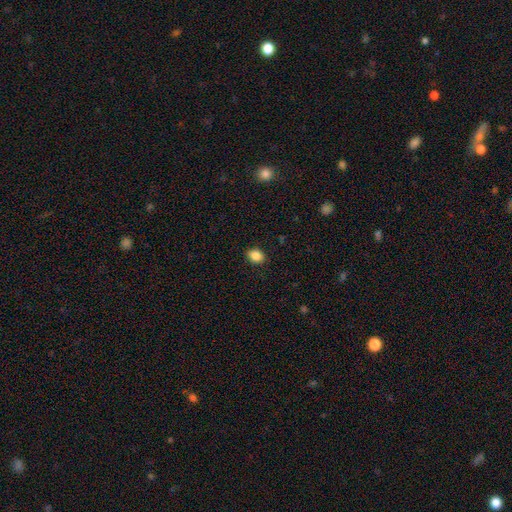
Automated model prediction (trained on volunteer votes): Smooth or featured?
  - smooth: 87% *
  - star or artifact: 9%
  - featured or disk: 4%
How rounded?
  - in between: 65% *
  - round: 33%
  - cigar-shaped: 1%
Merging?
  - none: 89% *
  - minor disturbance: 8%
  - major disturbance: 2%
  - merger: 1%